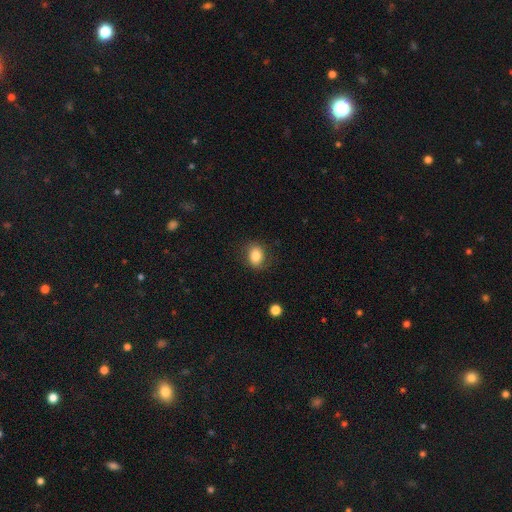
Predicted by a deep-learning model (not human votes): This appears to be a smooth galaxy with no disk features (81%) that is in between round and cigar-shaped (55%). Merging: none (80%).